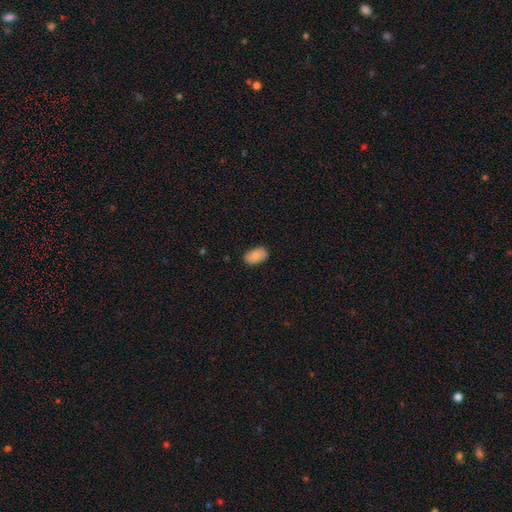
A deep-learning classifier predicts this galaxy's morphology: Overall: smooth (85%). How rounded: in between (93%). Merging: none (84%).